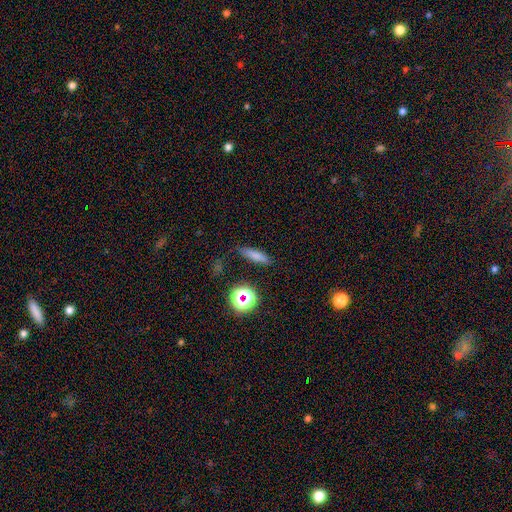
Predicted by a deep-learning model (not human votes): This appears to be a smooth galaxy with no disk features (74%) that is cigar-shaped (64%). Merging: none (80%).